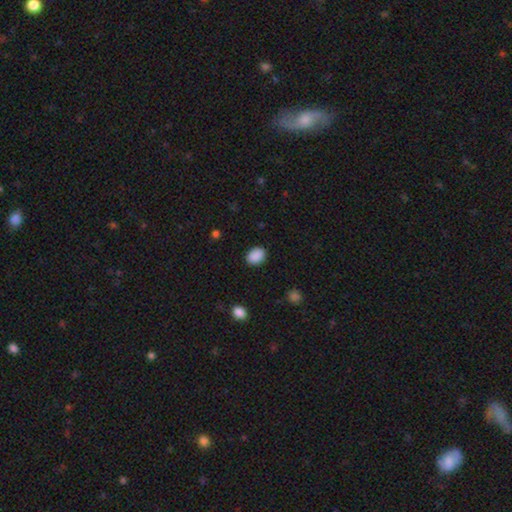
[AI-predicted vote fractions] The model was most divided on "how rounded": in between: 70%, round: 29%, cigar-shaped: 1%. More confident: smooth or featured — smooth (90%); merging — none (88%).